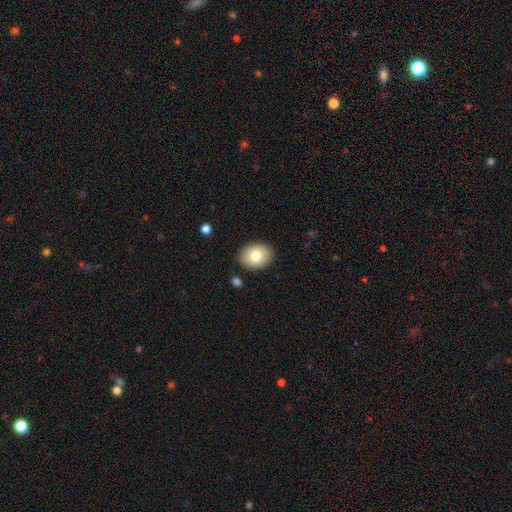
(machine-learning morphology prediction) This is likely a smooth galaxy (79%). How rounded: likely in between (73%). Merging: clearly none (88%).